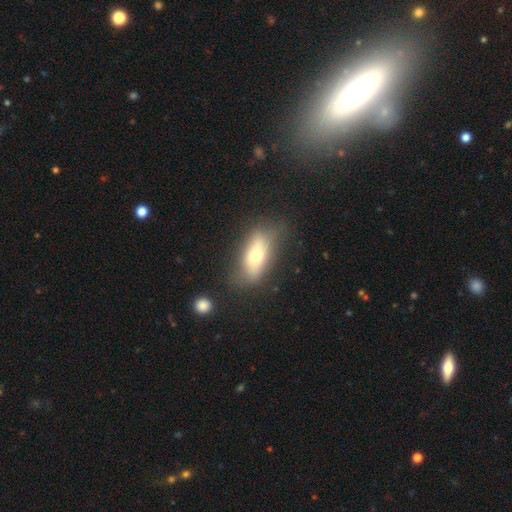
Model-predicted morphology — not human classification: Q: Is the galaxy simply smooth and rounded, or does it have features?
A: smooth — 62%.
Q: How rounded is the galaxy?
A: in between — 75%.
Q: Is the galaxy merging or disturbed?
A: none — 70%.